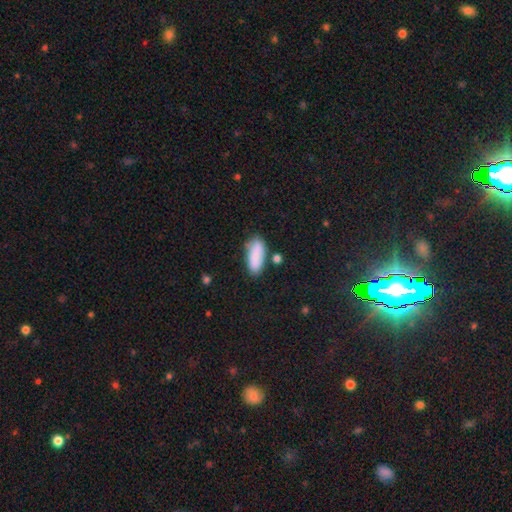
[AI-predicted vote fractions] smooth_or_featured: smooth (p=0.81) [alt: featured or disk p=0.12]
how_rounded: in between (p=0.82) [alt: cigar-shaped p=0.16]
merging: none (p=0.69) [alt: minor disturbance p=0.18]